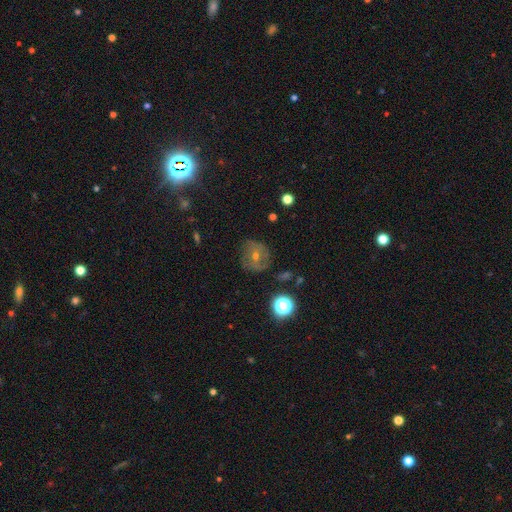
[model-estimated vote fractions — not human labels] This appears to be a featured or disk galaxy (49%). Merging: none (75%).